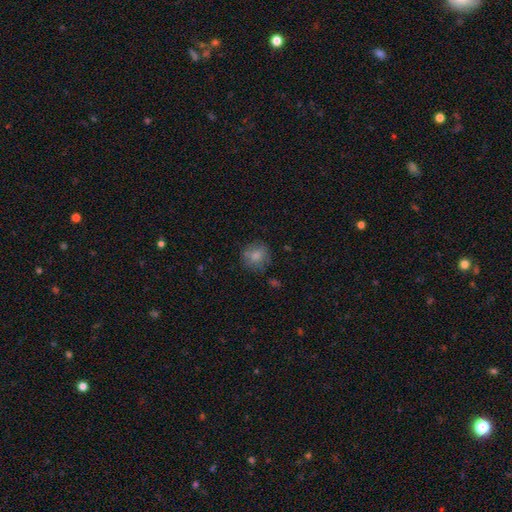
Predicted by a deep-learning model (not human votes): Smooth or featured? smooth (78%)
How rounded? round (83%)
Merging? none (71%)